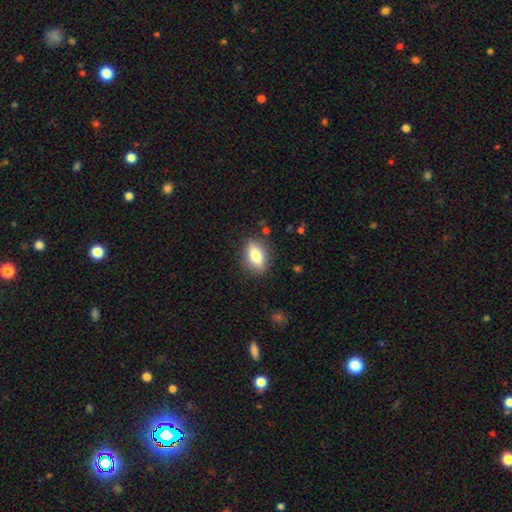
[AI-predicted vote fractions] Smooth or featured? Predicted: smooth (p=0.66). How rounded? Predicted: in between (p=0.78). Merging? Predicted: none (p=0.85).